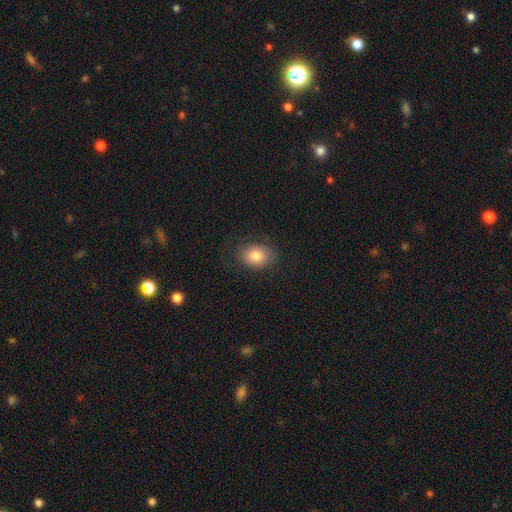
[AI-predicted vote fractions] Overall: smooth (83%). How rounded: in between (60%; round 39%). Merging: none (80%).